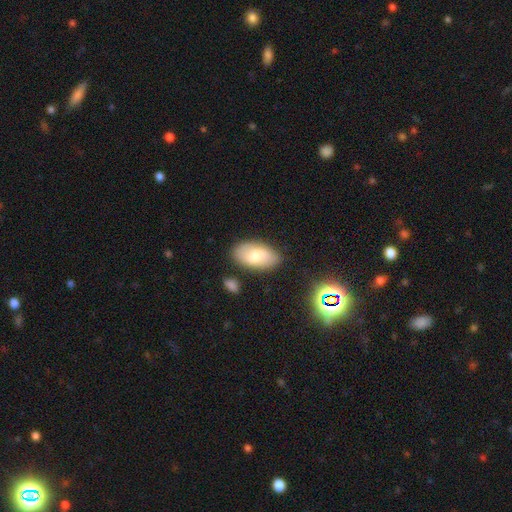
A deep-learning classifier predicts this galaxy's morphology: Q: Smooth or featured?
A: smooth (73%); runner-up: featured or disk (20%)
Q: How rounded?
A: in between (95%); runner-up: round (4%)
Q: Merging?
A: none (80%); runner-up: minor disturbance (13%)